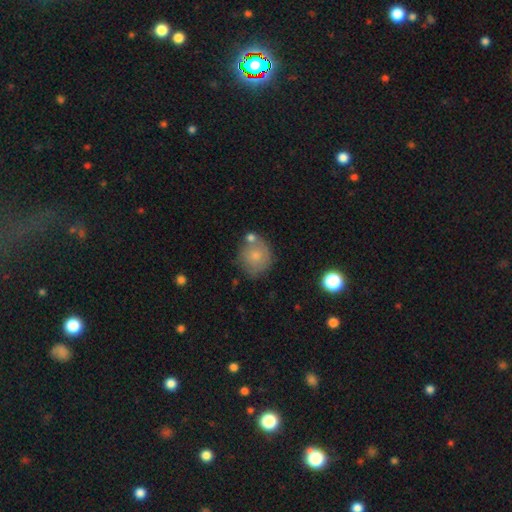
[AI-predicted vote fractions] Overall: smooth (74%). How rounded: round (84%). Merging: none (58%; merger 19%).